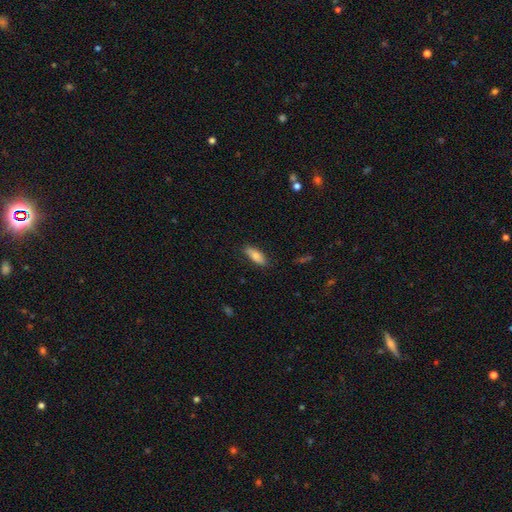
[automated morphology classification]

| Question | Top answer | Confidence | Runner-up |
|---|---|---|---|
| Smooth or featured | smooth | 76% | featured or disk (17%) |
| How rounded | in between | 70% | cigar-shaped (27%) |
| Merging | none | 83% | minor disturbance (14%) |